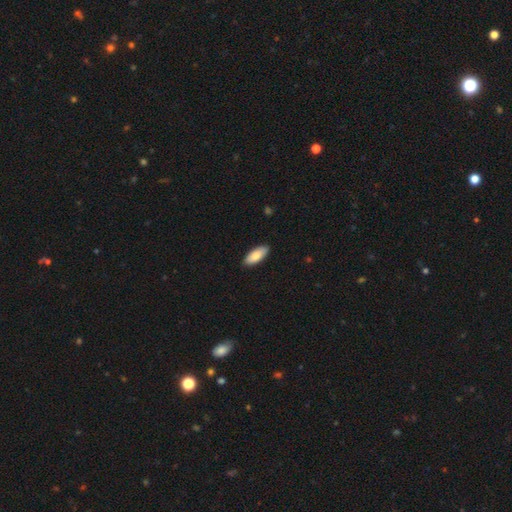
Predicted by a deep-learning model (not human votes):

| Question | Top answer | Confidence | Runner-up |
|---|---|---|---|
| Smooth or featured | smooth | 83% | featured or disk (12%) |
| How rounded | in between | 83% | cigar-shaped (15%) |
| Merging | none | 89% | minor disturbance (8%) |